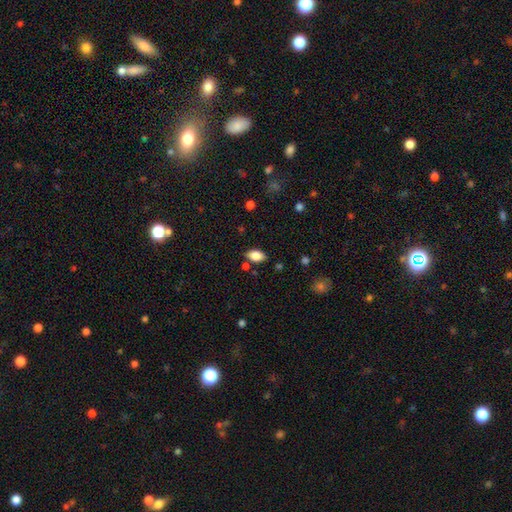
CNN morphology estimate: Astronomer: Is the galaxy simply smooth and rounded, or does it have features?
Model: smooth — 84%.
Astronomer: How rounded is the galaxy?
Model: in between — 92%.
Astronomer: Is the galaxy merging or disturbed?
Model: none — 82%.